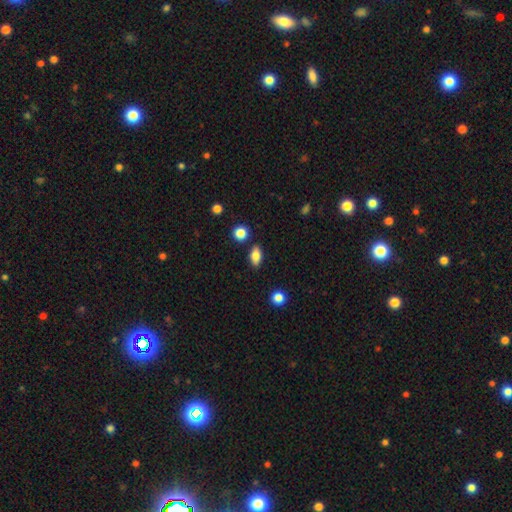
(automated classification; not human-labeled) This is likely a smooth galaxy (78%). How rounded: clearly in between (84%). Merging: clearly none (85%).